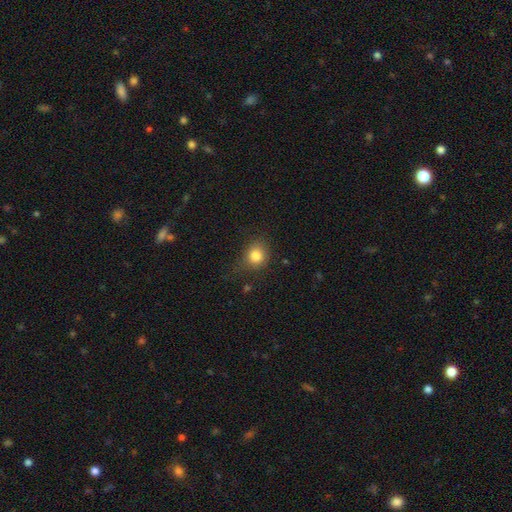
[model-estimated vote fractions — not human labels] Smooth or featured? Predicted: smooth (p=0.83). How rounded? Predicted: round (p=0.75). Merging? Predicted: none (p=0.67).